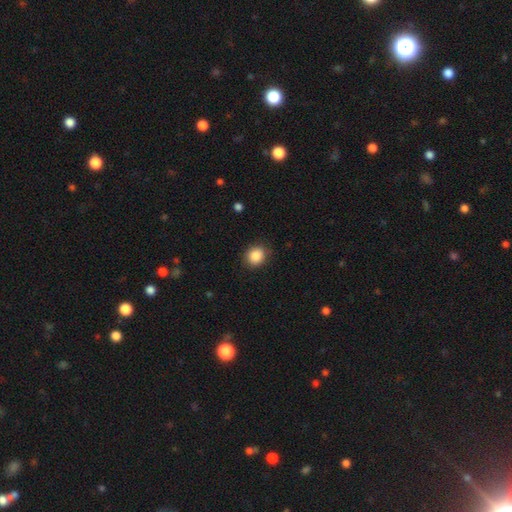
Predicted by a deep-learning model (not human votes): Overall: smooth (87%). How rounded: round (76%). Merging: none (87%).